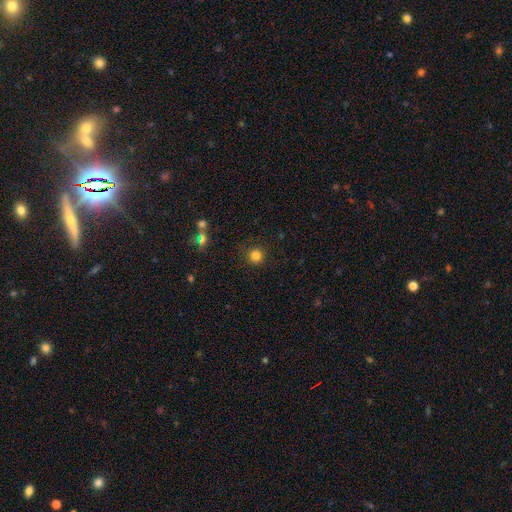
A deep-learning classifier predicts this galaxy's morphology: Q: Smooth or featured?
A: smooth (83%); runner-up: star or artifact (13%)
Q: How rounded?
A: round (94%); runner-up: in between (5%)
Q: Merging?
A: none (88%); runner-up: minor disturbance (7%)